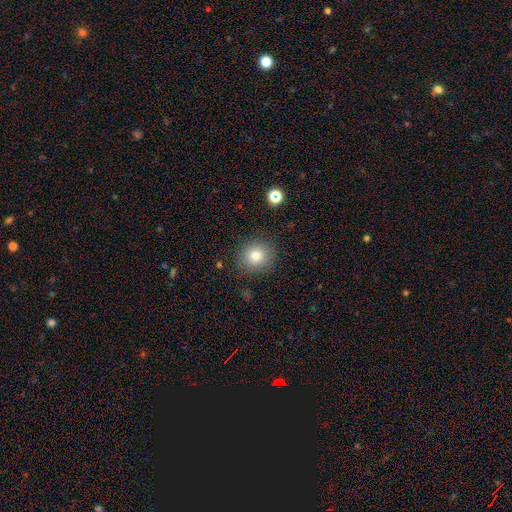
A smooth galaxy with no disk features (89%) that is round (94%).

Vote fractions:
- Smooth or featured? smooth: 89% / featured or disk: 8% / star or artifact: 3%
- How rounded? round: 94% / in between: 6% / cigar-shaped: 0%
- Merging? none: 84% / minor disturbance: 14% / major disturbance: 3% / merger: 0%